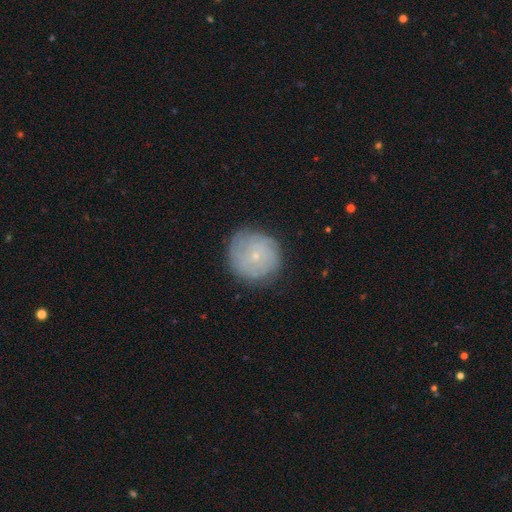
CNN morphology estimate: smooth-or-featured: featured or disk: 52% | smooth: 39% | star or artifact: 9%
  disk-edge-on: no: 97% | yes: 3%
    bar: no: 87% | weak: 11% | strong: 2%
    has-spiral-arms: yes: 76% | no: 24%
    bulge-size: small: 86% | moderate: 10% | none: 2% | large: 1% | dominant: 1%
  merging: none: 79% | minor disturbance: 15% | major disturbance: 5% | merger: 1%